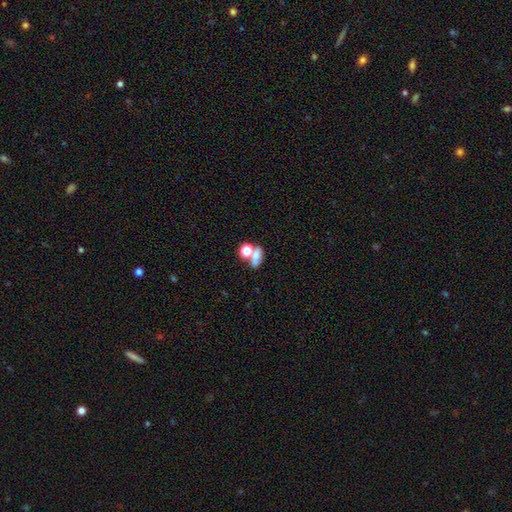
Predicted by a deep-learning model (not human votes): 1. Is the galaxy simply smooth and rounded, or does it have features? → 67% smooth, 18% star or artifact, 15% featured or disk.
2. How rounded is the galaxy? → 65% in between, 28% round, 7% cigar-shaped.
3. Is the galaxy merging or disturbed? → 46% merger, 37% none, 10% minor disturbance, 7% major disturbance.